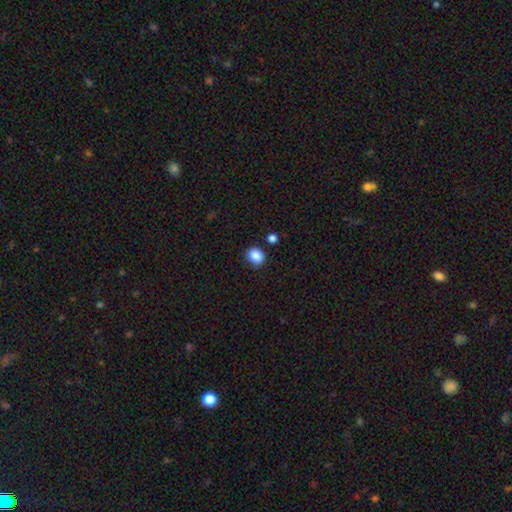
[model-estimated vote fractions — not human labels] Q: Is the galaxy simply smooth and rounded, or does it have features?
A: smooth — 87%.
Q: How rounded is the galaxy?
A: round — 59%.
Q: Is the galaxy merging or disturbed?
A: none — 85%.